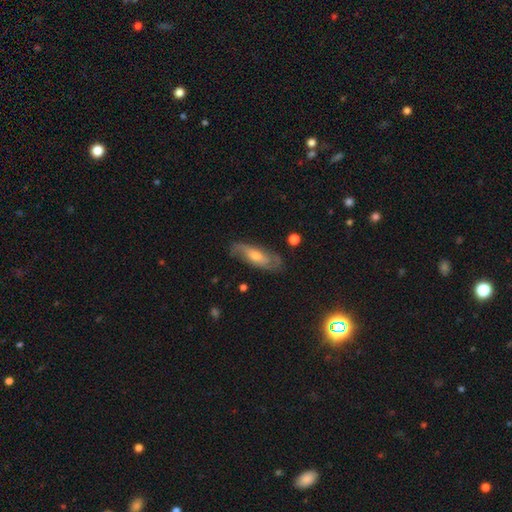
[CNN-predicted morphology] type=featured or disk (69%); edge-on=no (81%); bar=no (58%); spiral arms=yes (88%); bulge=moderate (58%); merging=none (75%).